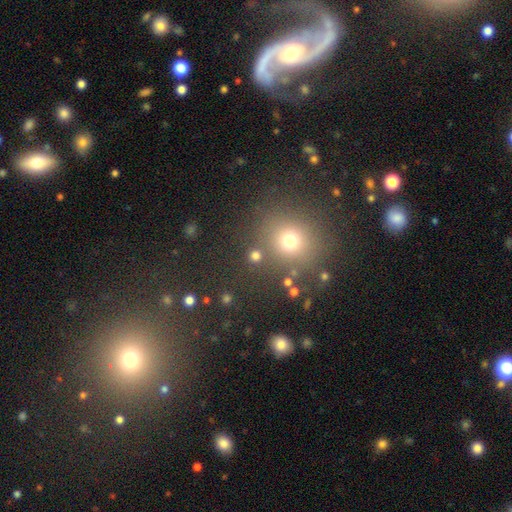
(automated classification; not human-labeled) A smooth galaxy with no disk features (73%) that is round (91%).

Vote fractions:
- Smooth or featured? smooth: 73% / star or artifact: 20% / featured or disk: 6%
- How rounded? round: 91% / in between: 8% / cigar-shaped: 1%
- Merging? none: 81% / merger: 9% / minor disturbance: 7% / major disturbance: 4%